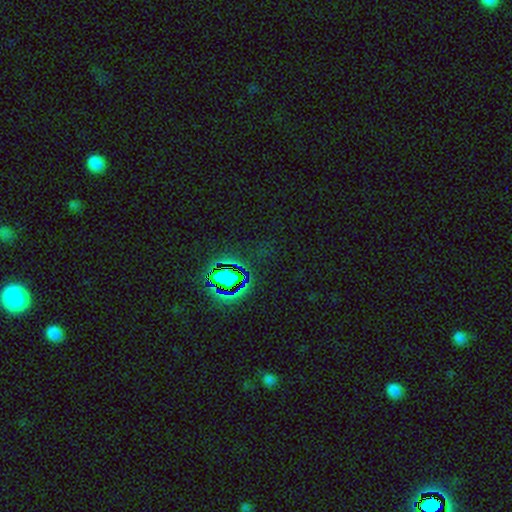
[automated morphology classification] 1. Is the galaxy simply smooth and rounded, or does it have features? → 74% star or artifact, 14% smooth, 11% featured or disk.